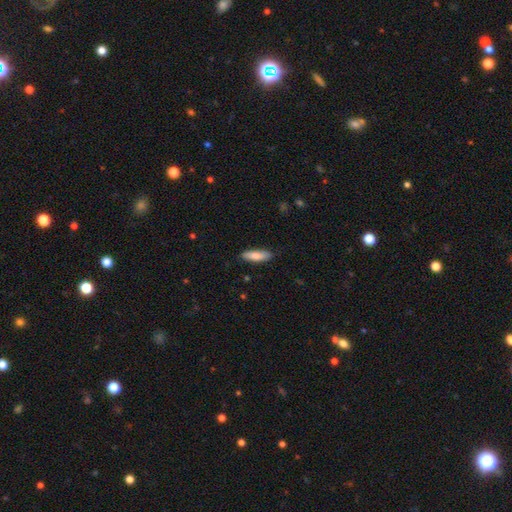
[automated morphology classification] A smooth galaxy with no disk features (83%) that is cigar-shaped (55%).

Vote fractions:
- Smooth or featured? smooth: 83% / featured or disk: 12% / star or artifact: 6%
- How rounded? cigar-shaped: 55% / in between: 44% / round: 2%
- Merging? none: 87% / minor disturbance: 10% / major disturbance: 2% / merger: 1%